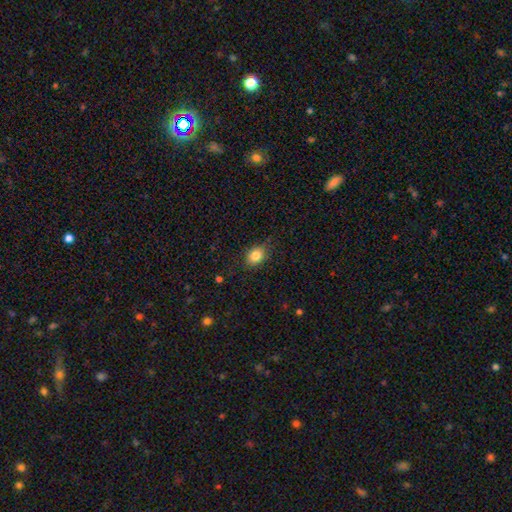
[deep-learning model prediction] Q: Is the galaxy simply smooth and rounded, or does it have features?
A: smooth — 83%.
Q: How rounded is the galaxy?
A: in between — 61%.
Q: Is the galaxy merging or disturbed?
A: none — 81%.